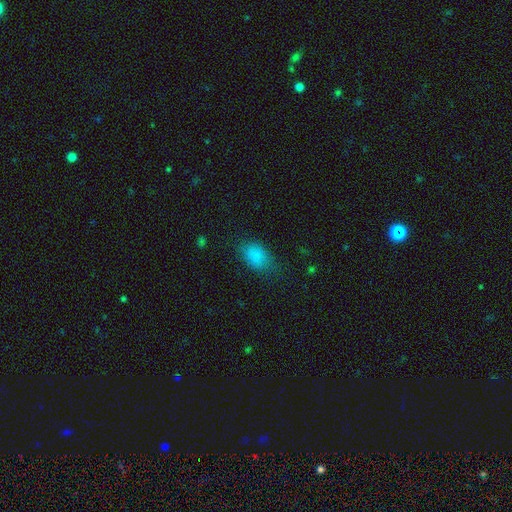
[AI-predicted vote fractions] A smooth galaxy with no disk features (85%) that is in between round and cigar-shaped (85%). Merging: none (68%).